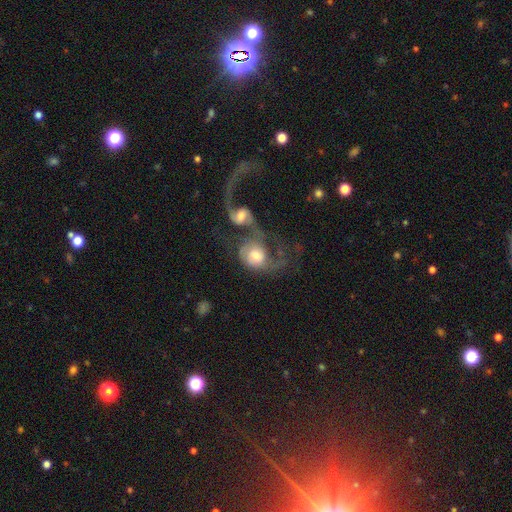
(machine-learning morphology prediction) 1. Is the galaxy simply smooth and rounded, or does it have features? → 68% featured or disk, 26% smooth, 7% star or artifact.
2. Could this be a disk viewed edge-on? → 97% no, 3% yes.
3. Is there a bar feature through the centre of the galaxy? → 62% no, 30% weak, 8% strong.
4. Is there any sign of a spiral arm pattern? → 86% yes, 14% no.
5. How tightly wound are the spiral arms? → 46% loose, 37% medium, 18% tight.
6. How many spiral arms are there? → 62% 2, 17% 1, 15% can't tell, 3% 3, 2% 4, 1% more than 4.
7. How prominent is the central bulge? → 60% moderate, 19% large, 16% small, 3% none, 2% dominant.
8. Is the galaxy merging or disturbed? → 75% merger, 11% major disturbance, 9% none, 5% minor disturbance.